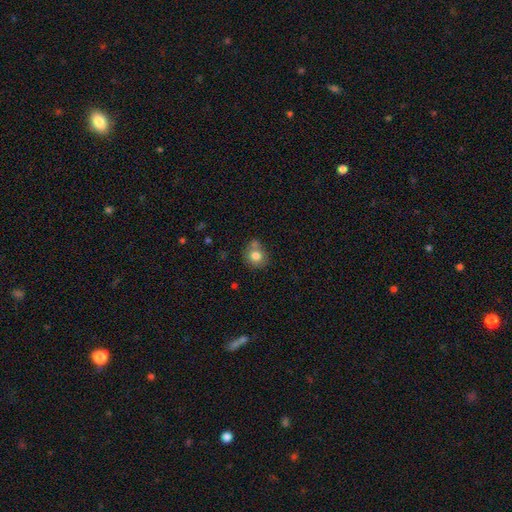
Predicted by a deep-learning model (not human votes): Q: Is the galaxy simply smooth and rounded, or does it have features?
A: smooth — 79%.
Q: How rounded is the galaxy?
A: round — 80%.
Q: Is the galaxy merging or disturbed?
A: none — 58%.